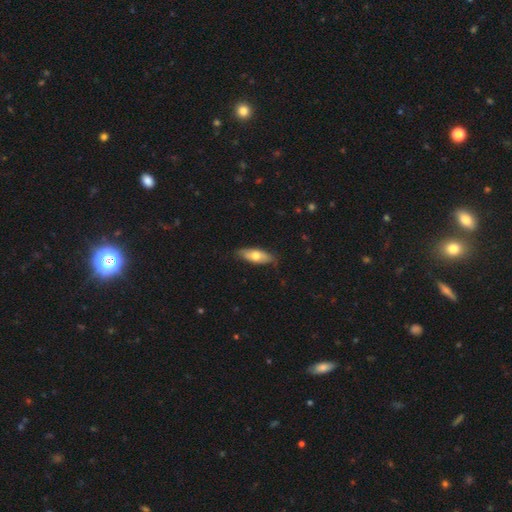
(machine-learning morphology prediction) Overall: smooth (60%; featured or disk 34%). How rounded: in between (67%; cigar-shaped 31%). Merging: none (80%).